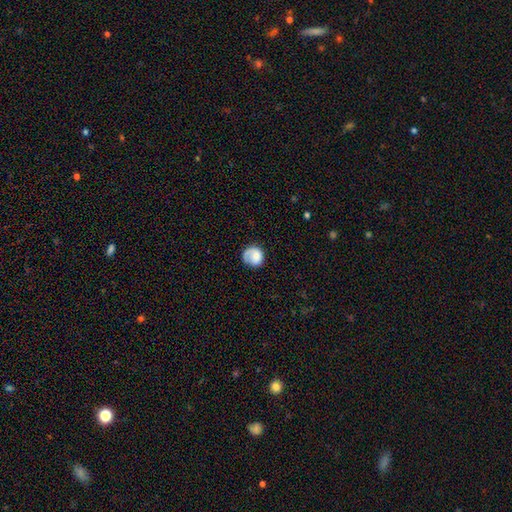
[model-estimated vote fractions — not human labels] This is likely a smooth galaxy (64%). How rounded: clearly round (81%). Merging: possibly none (59%).